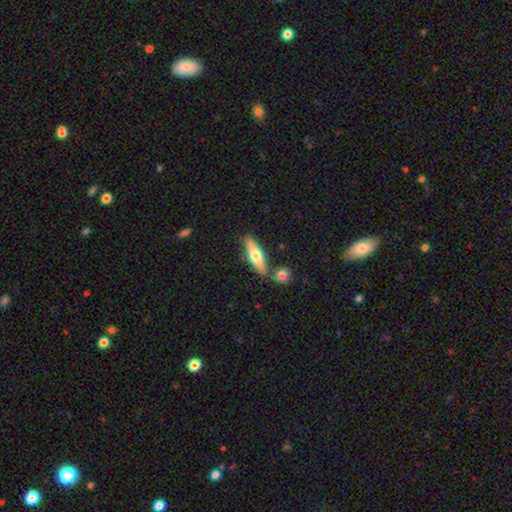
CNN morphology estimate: This appears to be a smooth galaxy with no disk features (49%). Merging: none (75%).